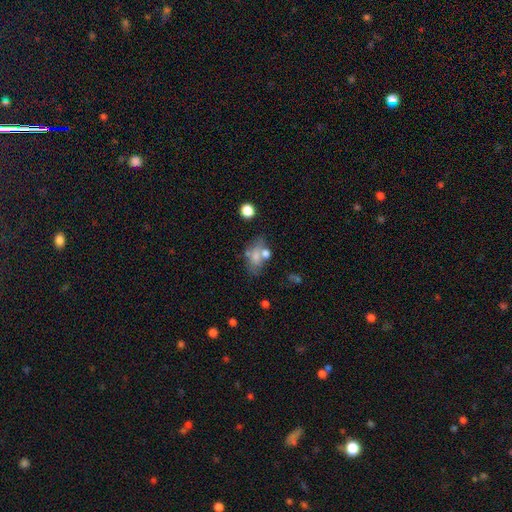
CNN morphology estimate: smooth 60%, featured or disk 27%, star or artifact 13%. Down the decision tree: how rounded — in between (81%); merging — none (39%).